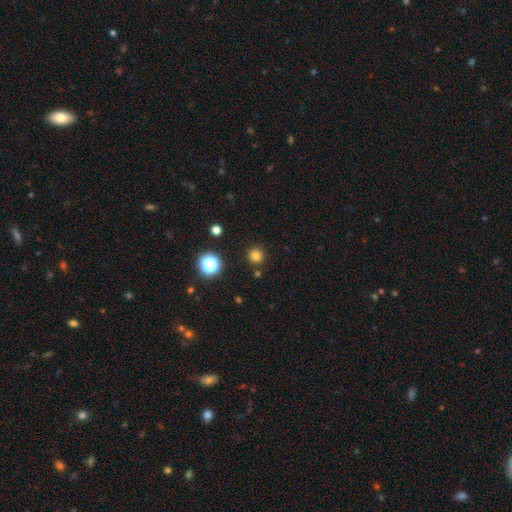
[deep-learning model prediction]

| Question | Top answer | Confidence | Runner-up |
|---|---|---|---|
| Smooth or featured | smooth | 79% | star or artifact (17%) |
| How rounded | round | 95% | in between (4%) |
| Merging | none | 88% | minor disturbance (6%) |